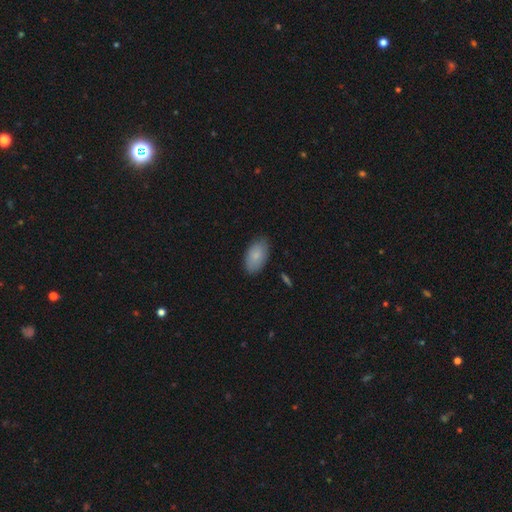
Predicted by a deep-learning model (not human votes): The model was most divided on "merging": none: 82%, minor disturbance: 14%, major disturbance: 3%, merger: 1%. More confident: how rounded — in between (94%); smooth or featured — smooth (83%).